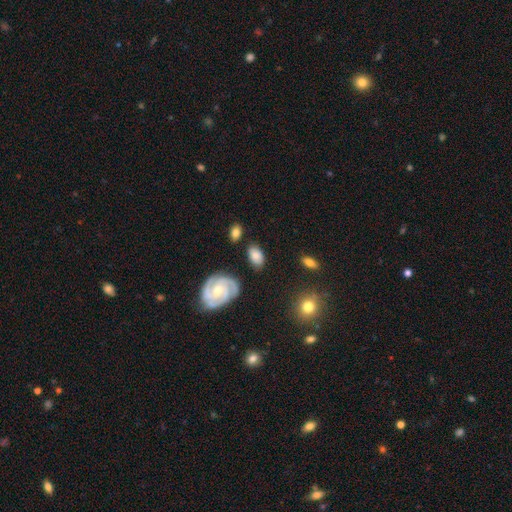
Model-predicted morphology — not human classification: A smooth galaxy with no disk features (60%) that is in between round and cigar-shaped (88%).

Vote fractions:
- Smooth or featured? smooth: 60% / featured or disk: 32% / star or artifact: 8%
- How rounded? in between: 88% / round: 10% / cigar-shaped: 2%
- Merging? none: 77% / minor disturbance: 14% / major disturbance: 5% / merger: 4%